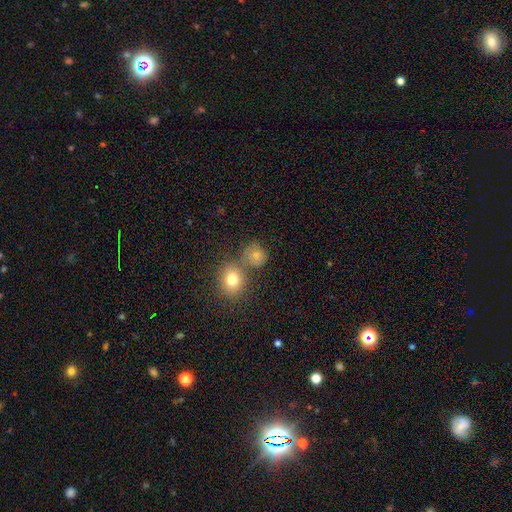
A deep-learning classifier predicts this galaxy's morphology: Smooth or featured? smooth (77%)
How rounded? round (82%)
Merging? none (59%)